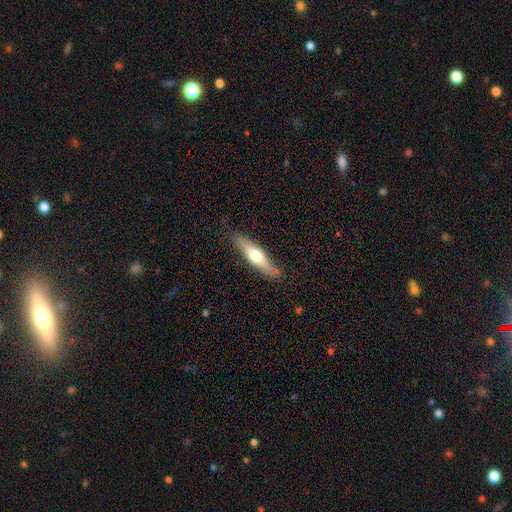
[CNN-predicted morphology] A smooth galaxy with no disk features (50%). Merging: none (83%).